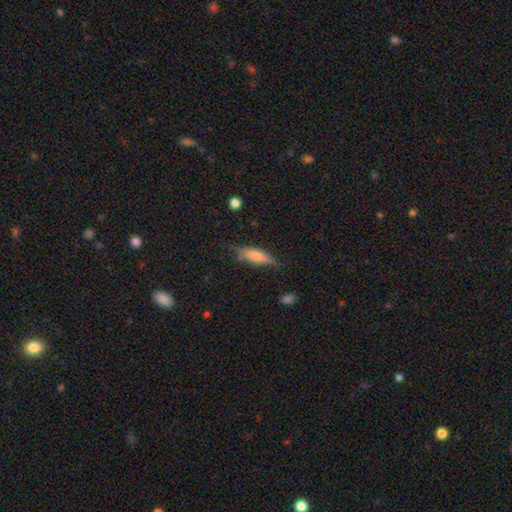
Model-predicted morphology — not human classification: Smooth or featured? smooth (64%)
How rounded? cigar-shaped (60%)
Merging? none (72%)